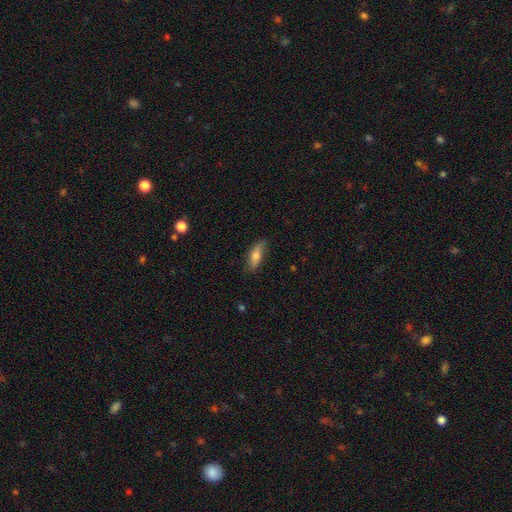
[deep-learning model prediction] Smooth or featured?
  - smooth: 66% *
  - featured or disk: 26%
  - star or artifact: 7%
How rounded?
  - in between: 72% *
  - cigar-shaped: 25%
  - round: 3%
Merging?
  - none: 75% *
  - minor disturbance: 20%
  - major disturbance: 4%
  - merger: 1%